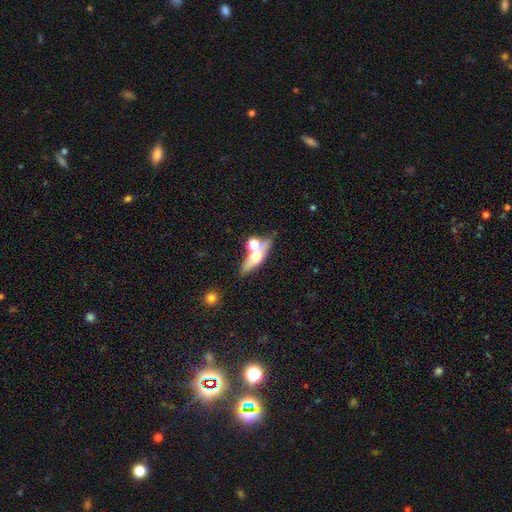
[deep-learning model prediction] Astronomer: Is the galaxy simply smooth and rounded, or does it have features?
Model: smooth — 51% (runner-up: featured or disk, 40%).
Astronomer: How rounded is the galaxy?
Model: in between — 45%, tied with cigar-shaped at 45%.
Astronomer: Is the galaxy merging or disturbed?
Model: none — 58%.